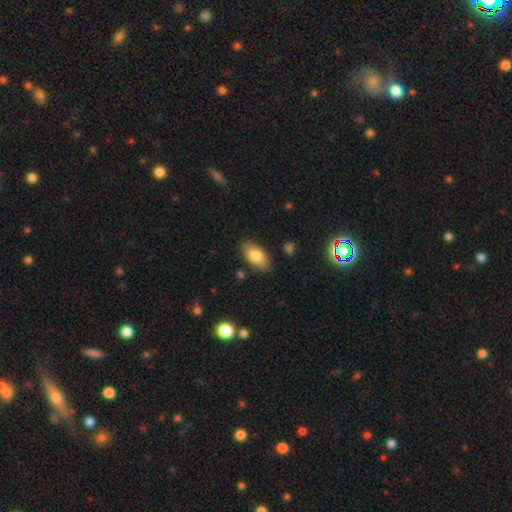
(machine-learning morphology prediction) smooth-or-featured: smooth: 82% | featured or disk: 12% | star or artifact: 7%
  how-rounded: in between: 93% | cigar-shaped: 4% | round: 3%
  merging: none: 84% | minor disturbance: 12% | major disturbance: 3% | merger: 2%